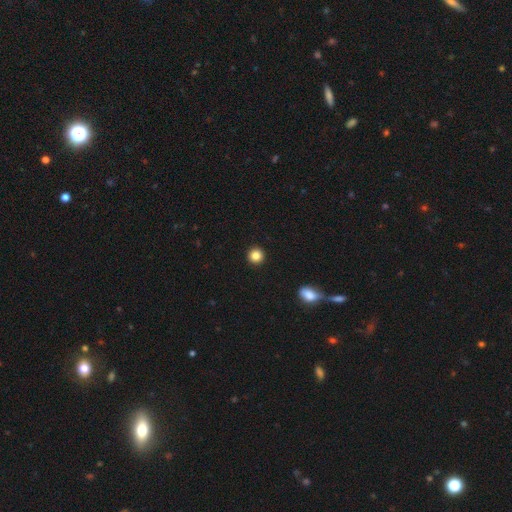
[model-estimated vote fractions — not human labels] A smooth galaxy with no disk features (85%) that is round (95%). Merging: none (94%).